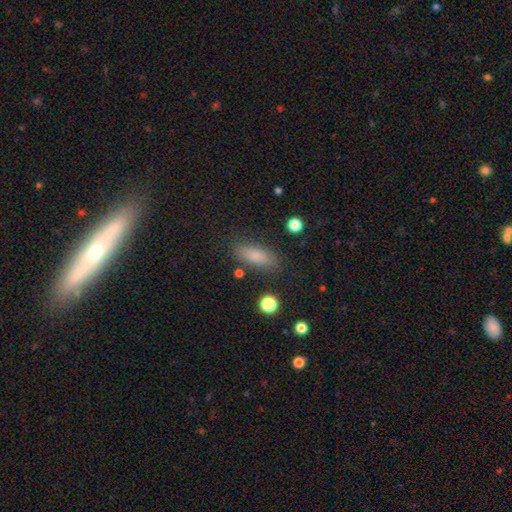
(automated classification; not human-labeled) This is clearly a smooth galaxy (82%). How rounded: likely in between (69%). Merging: clearly none (83%).